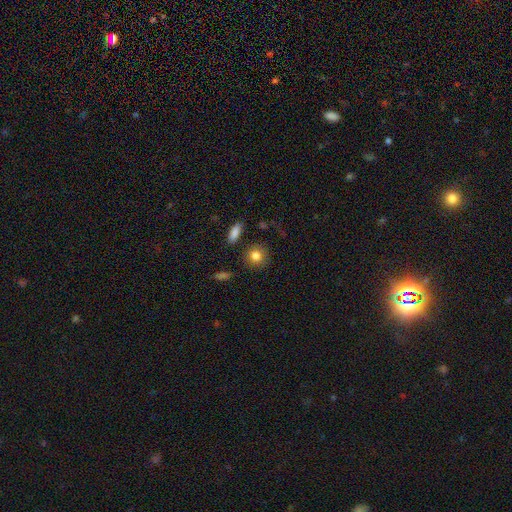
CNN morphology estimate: The model was most divided on "how rounded": round: 85%, in between: 14%, cigar-shaped: 1%. More confident: merging — none (85%); smooth or featured — smooth (83%).